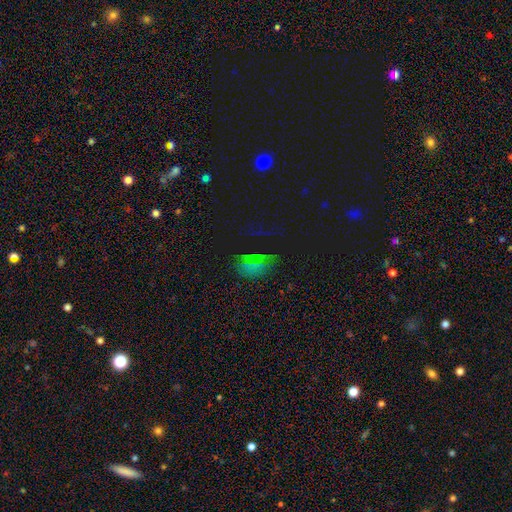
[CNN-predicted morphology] This appears to be a star or artifact, not a galaxy (53%).